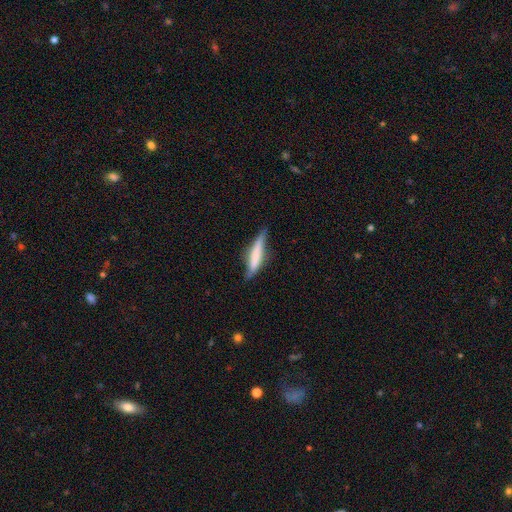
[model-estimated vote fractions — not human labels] Smooth or featured?
  - smooth: 58% *
  - featured or disk: 36%
  - star or artifact: 6%
How rounded?
  - cigar-shaped: 87% *
  - in between: 11%
  - round: 1%
Merging?
  - none: 62% *
  - minor disturbance: 28%
  - major disturbance: 8%
  - merger: 3%